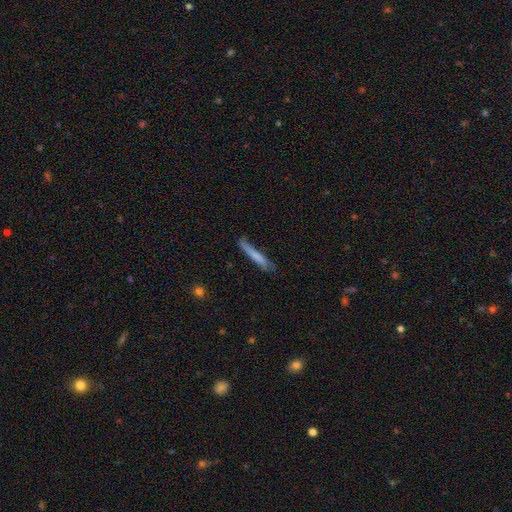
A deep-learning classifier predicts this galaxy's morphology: Q: Smooth or featured?
A: smooth (69%); runner-up: featured or disk (25%)
Q: How rounded?
A: cigar-shaped (95%); runner-up: in between (4%)
Q: Merging?
A: none (66%); runner-up: minor disturbance (24%)